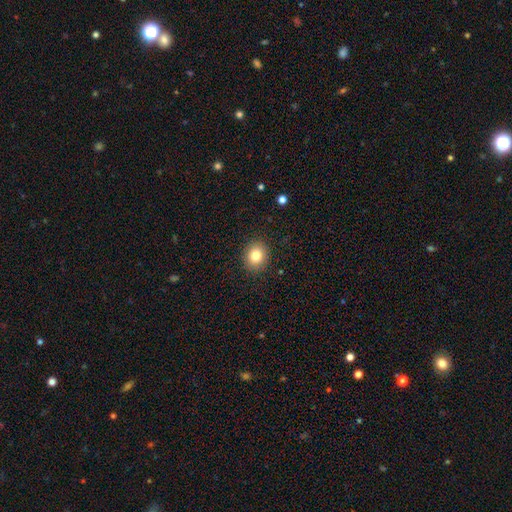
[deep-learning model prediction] Morphology: type=smooth (81%); roundness=round (72%); merging=none (90%).